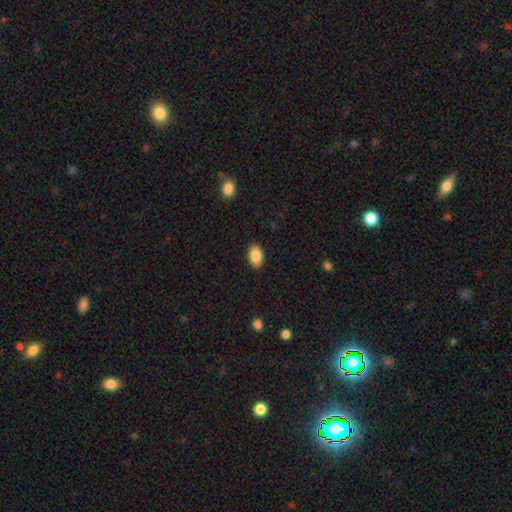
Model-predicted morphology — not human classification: Smooth or featured? smooth (85%)
How rounded? in between (90%)
Merging? none (88%)